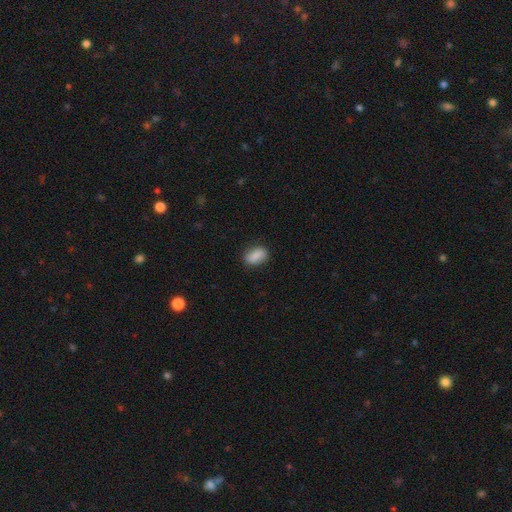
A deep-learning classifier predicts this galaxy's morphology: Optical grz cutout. It shows a smooth galaxy with no disk features (86%) that is in between round and cigar-shaped (87%). Merging: none (84%).